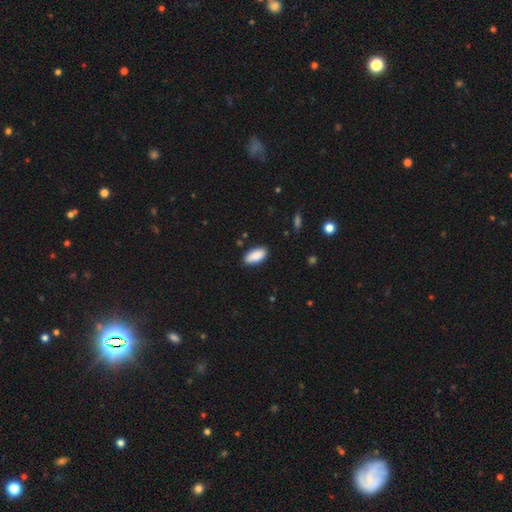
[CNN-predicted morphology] A smooth galaxy with no disk features (89%) that is in between round and cigar-shaped (91%).

Vote fractions:
- Smooth or featured? smooth: 89% / star or artifact: 6% / featured or disk: 4%
- How rounded? in between: 91% / cigar-shaped: 7% / round: 2%
- Merging? none: 85% / minor disturbance: 12% / major disturbance: 2% / merger: 1%